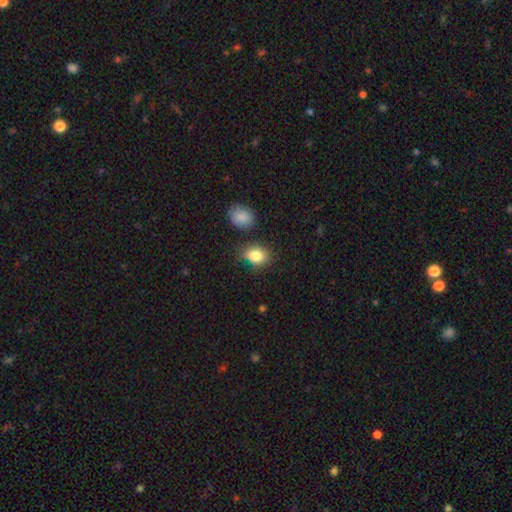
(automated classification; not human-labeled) A smooth galaxy with no disk features (84%) that is in between round and cigar-shaped (64%). Merging: none (70%).